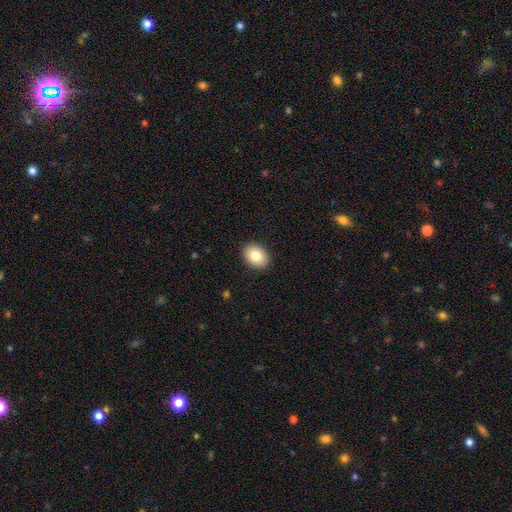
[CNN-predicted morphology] Q: Smooth or featured?
A: smooth (83%); runner-up: featured or disk (9%)
Q: How rounded?
A: in between (64%); runner-up: round (35%)
Q: Merging?
A: none (91%); runner-up: minor disturbance (7%)